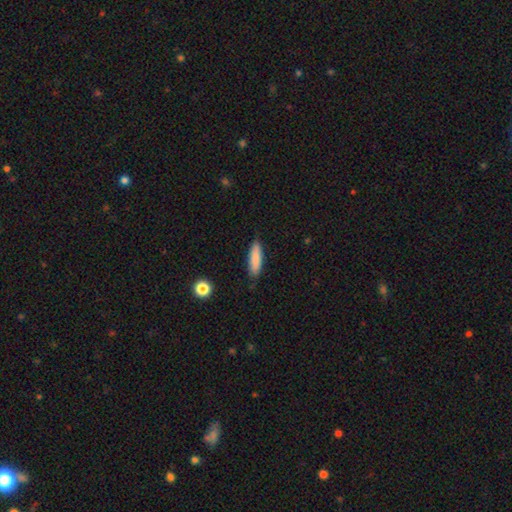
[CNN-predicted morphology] smooth-or-featured: smooth: 85% | featured or disk: 9% | star or artifact: 6%
  how-rounded: cigar-shaped: 67% | in between: 32% | round: 2%
  merging: none: 84% | minor disturbance: 12% | major disturbance: 2% | merger: 1%